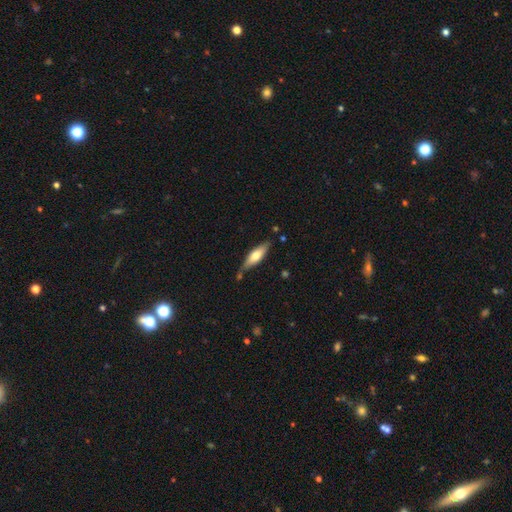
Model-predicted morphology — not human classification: Smooth or featured? smooth (54%)
How rounded? cigar-shaped (60%)
Merging? none (72%)